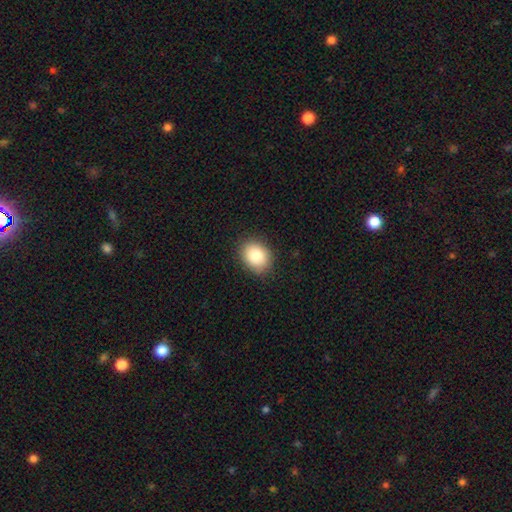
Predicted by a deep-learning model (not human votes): smooth-or-featured: smooth: 84% | star or artifact: 8% | featured or disk: 7%
  how-rounded: in between: 55% | round: 45% | cigar-shaped: 1%
  merging: none: 86% | minor disturbance: 10% | major disturbance: 2% | merger: 1%